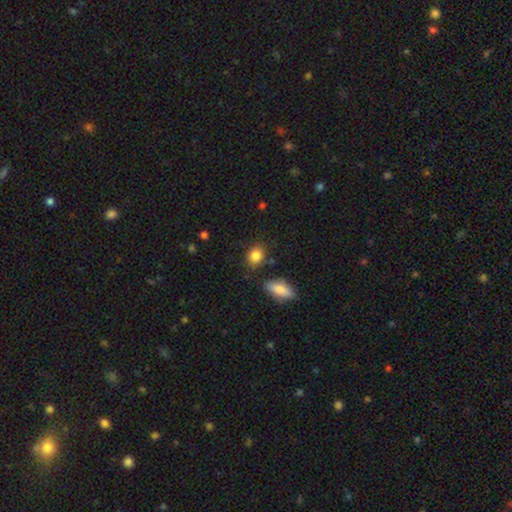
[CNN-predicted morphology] A smooth galaxy with no disk features (85%) that is in between round and cigar-shaped (54%). Merging: none (77%).